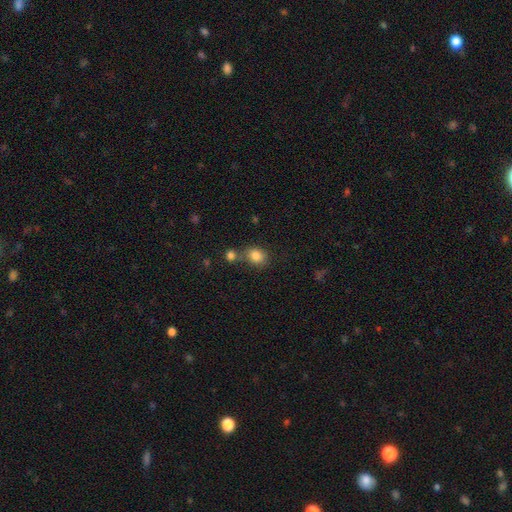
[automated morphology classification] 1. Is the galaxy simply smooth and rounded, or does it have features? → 84% smooth, 10% star or artifact, 6% featured or disk.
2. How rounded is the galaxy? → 55% round, 44% in between, 1% cigar-shaped.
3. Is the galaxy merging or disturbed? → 59% none, 24% merger, 13% minor disturbance, 5% major disturbance.